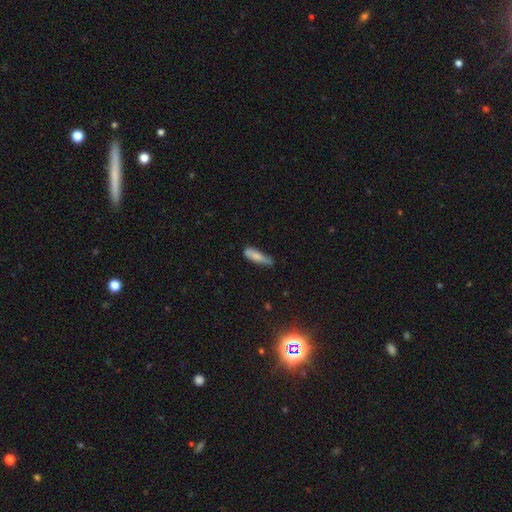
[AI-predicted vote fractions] A smooth galaxy with no disk features (76%) that is cigar-shaped (62%).

Vote fractions:
- Smooth or featured? smooth: 76% / featured or disk: 17% / star or artifact: 7%
- How rounded? cigar-shaped: 62% / in between: 36% / round: 2%
- Merging? none: 50% / minor disturbance: 36% / major disturbance: 11% / merger: 4%